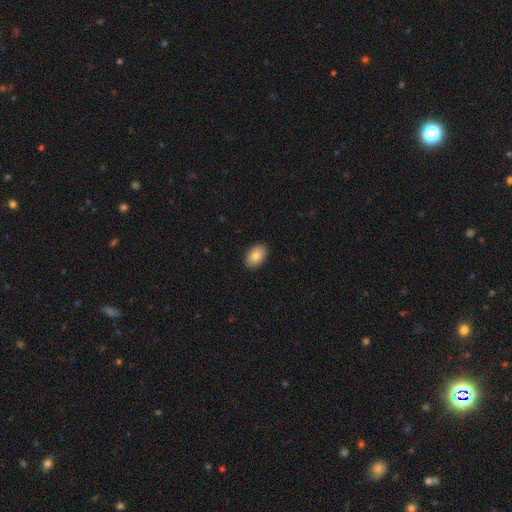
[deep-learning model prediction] smooth 82%, featured or disk 11%, star or artifact 7%. Down the decision tree: how rounded — in between (90%); merging — none (90%).